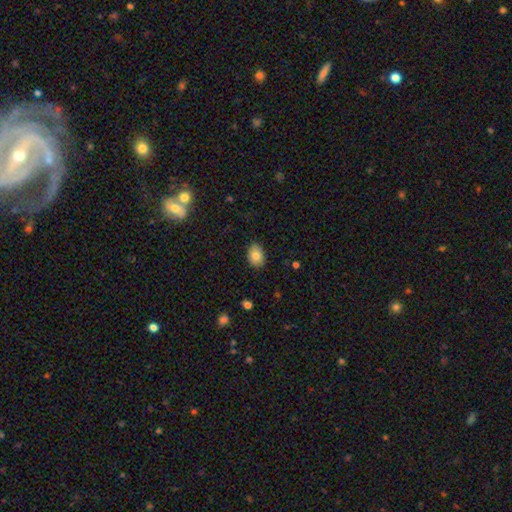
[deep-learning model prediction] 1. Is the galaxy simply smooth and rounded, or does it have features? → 82% smooth, 10% featured or disk, 8% star or artifact.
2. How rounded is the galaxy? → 78% in between, 21% round, 1% cigar-shaped.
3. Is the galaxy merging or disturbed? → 86% none, 11% minor disturbance, 2% major disturbance, 1% merger.